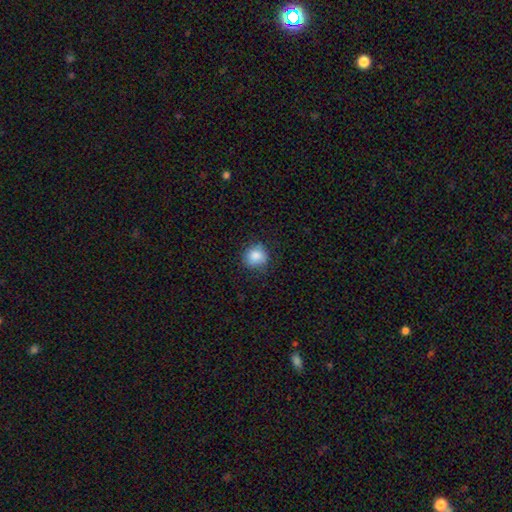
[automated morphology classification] A smooth galaxy with no disk features (85%) that is round (84%). Merging: none (80%).